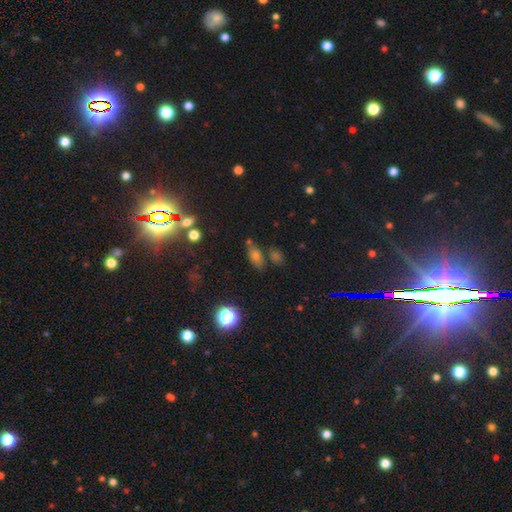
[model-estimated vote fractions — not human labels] The model was most divided on "smooth or featured": smooth: 61%, star or artifact: 22%, featured or disk: 17%. More confident: how rounded — in between (68%); merging — none (68%).